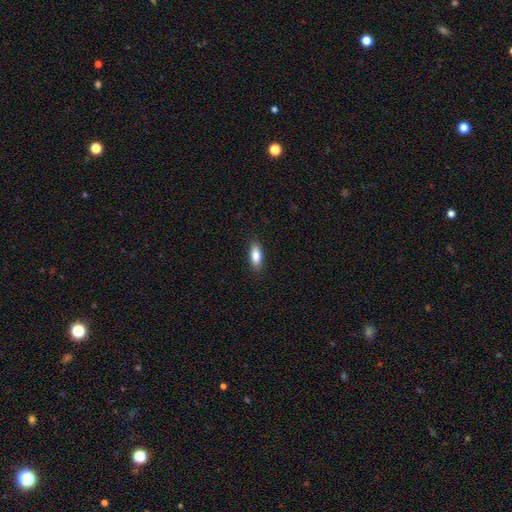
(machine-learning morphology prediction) Smooth or featured: smooth — 83% (featured or disk — 10%)
How rounded: in between — 79% (cigar-shaped — 19%)
Merging: none — 87% (minor disturbance — 10%)